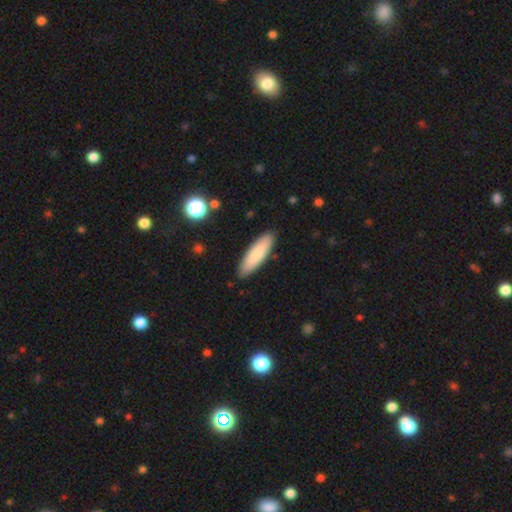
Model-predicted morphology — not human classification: Smooth or featured? smooth (83%)
How rounded? cigar-shaped (57%)
Merging? none (88%)